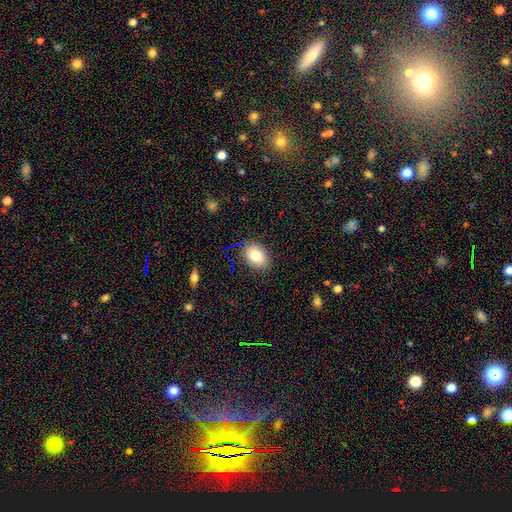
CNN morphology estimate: type=smooth (81%); roundness=in between (80%); merging=none (85%).